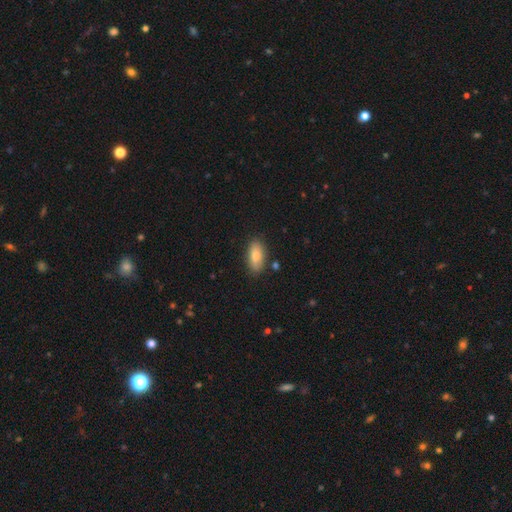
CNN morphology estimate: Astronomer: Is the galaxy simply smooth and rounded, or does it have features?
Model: smooth — 83%.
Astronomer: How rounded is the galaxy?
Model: in between — 87%.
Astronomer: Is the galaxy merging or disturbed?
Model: none — 83%.